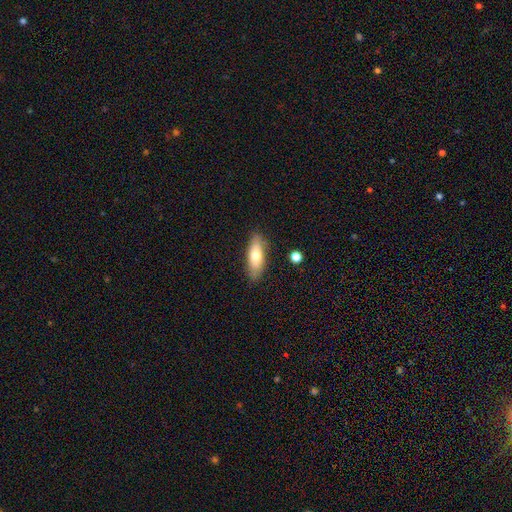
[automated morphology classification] Smooth or featured? smooth (69%)
How rounded? in between (64%)
Merging? none (83%)